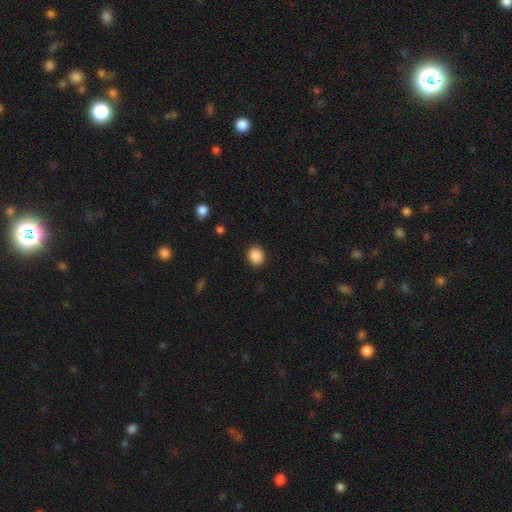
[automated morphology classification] The model was most divided on "how rounded": round: 67%, in between: 32%, cigar-shaped: 1%. More confident: merging — none (90%); smooth or featured — smooth (88%).